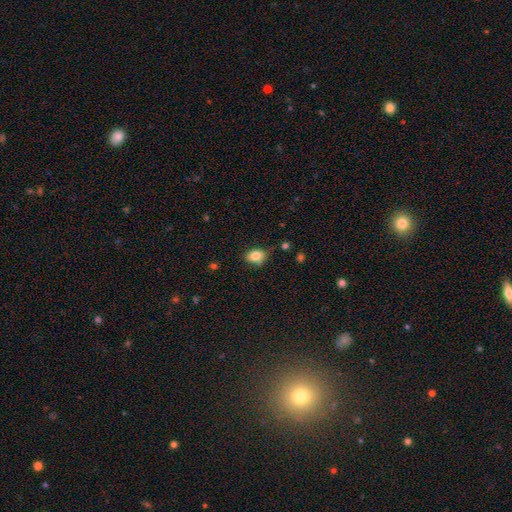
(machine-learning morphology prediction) Q: Smooth or featured?
A: smooth (82%); runner-up: star or artifact (9%)
Q: How rounded?
A: in between (74%); runner-up: round (24%)
Q: Merging?
A: none (66%); runner-up: minor disturbance (26%)